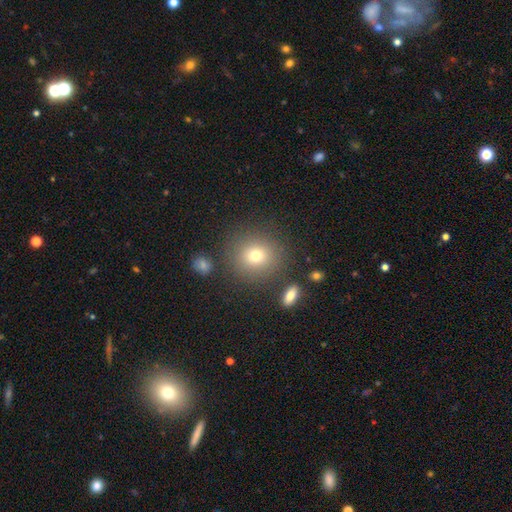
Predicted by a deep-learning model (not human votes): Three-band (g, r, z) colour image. It shows a smooth galaxy with no disk features (74%) that is round (86%). Merging: none (83%).